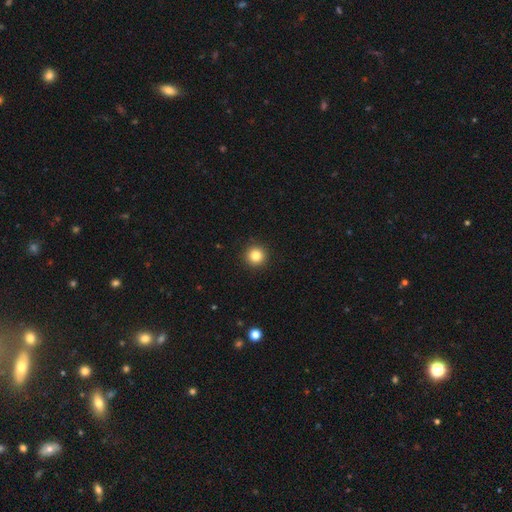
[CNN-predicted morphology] This is clearly a smooth galaxy (83%). How rounded: clearly round (96%). Merging: clearly none (93%).